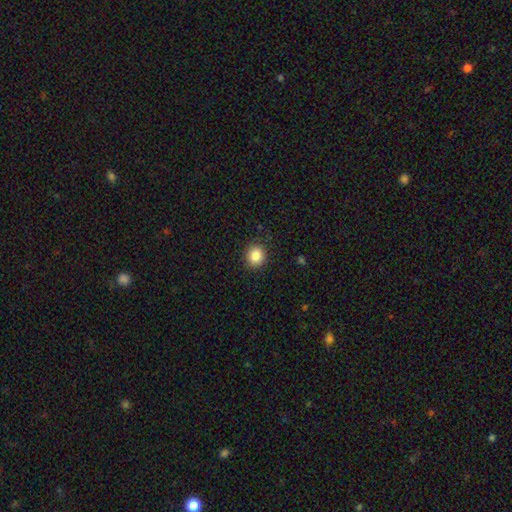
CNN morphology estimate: Smooth or featured: smooth — 85% (star or artifact — 10%)
How rounded: round — 85% (in between — 14%)
Merging: none — 89% (minor disturbance — 8%)